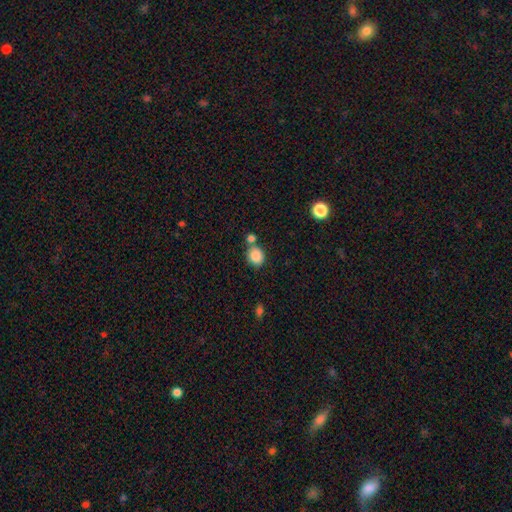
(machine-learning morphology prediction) smooth 86%, star or artifact 9%, featured or disk 5%. Down the decision tree: how rounded — round (64%); merging — none (61%).